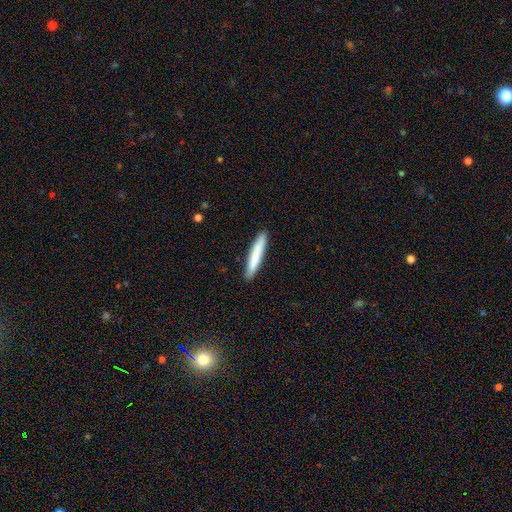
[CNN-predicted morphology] Smooth or featured?
  - smooth: 77% *
  - featured or disk: 18%
  - star or artifact: 5%
How rounded?
  - cigar-shaped: 94% *
  - in between: 5%
  - round: 1%
Merging?
  - none: 90% *
  - minor disturbance: 7%
  - major disturbance: 1%
  - merger: 1%